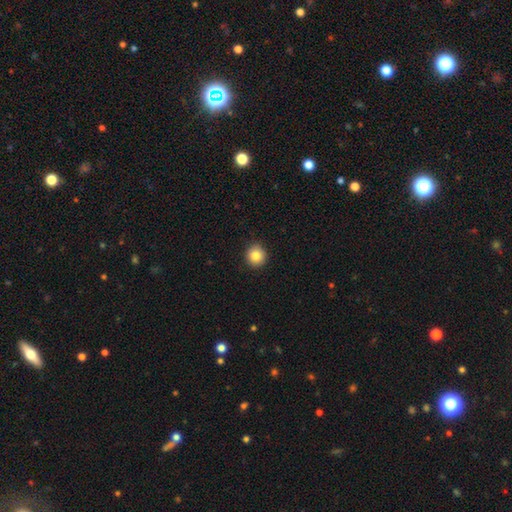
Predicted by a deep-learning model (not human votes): A smooth galaxy with no disk features (85%) that is round (92%). Merging: none (91%).